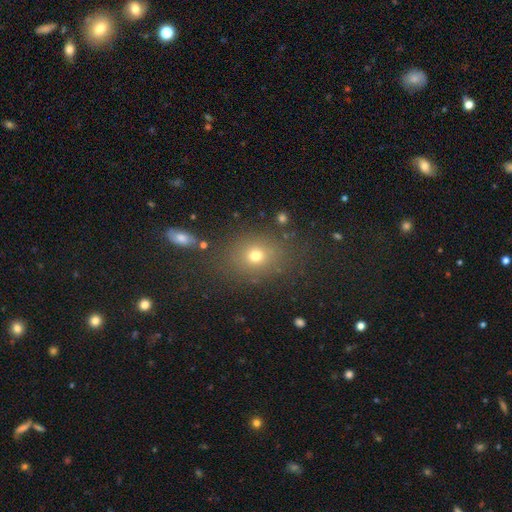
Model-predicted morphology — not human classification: Smooth or featured?
  - smooth: 71% *
  - star or artifact: 18%
  - featured or disk: 11%
How rounded?
  - round: 55% *
  - in between: 44%
  - cigar-shaped: 1%
Merging?
  - none: 77% *
  - minor disturbance: 12%
  - major disturbance: 6%
  - merger: 5%